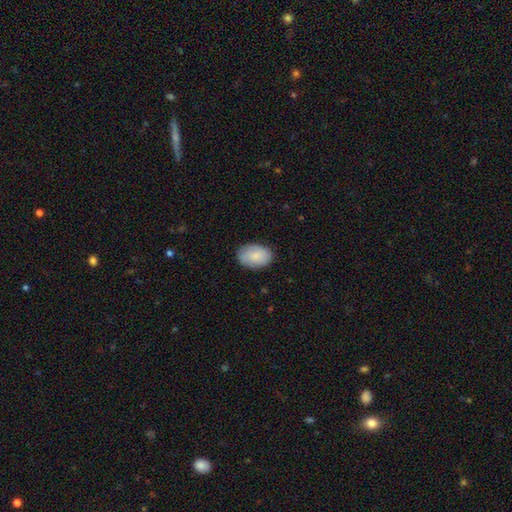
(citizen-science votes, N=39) smooth 79%, featured or disk 15%, star or artifact 5%. Down the decision tree: how rounded — in between (77%); merging — none (89%).